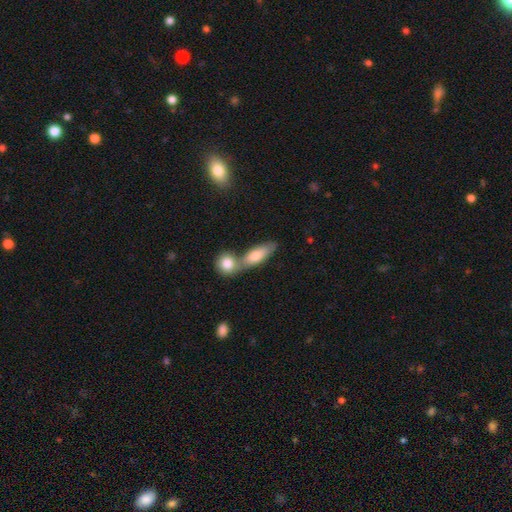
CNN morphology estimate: Smooth or featured: smooth — 77% (featured or disk — 17%)
How rounded: in between — 68% (cigar-shaped — 24%)
Merging: merger — 55% (none — 33%)